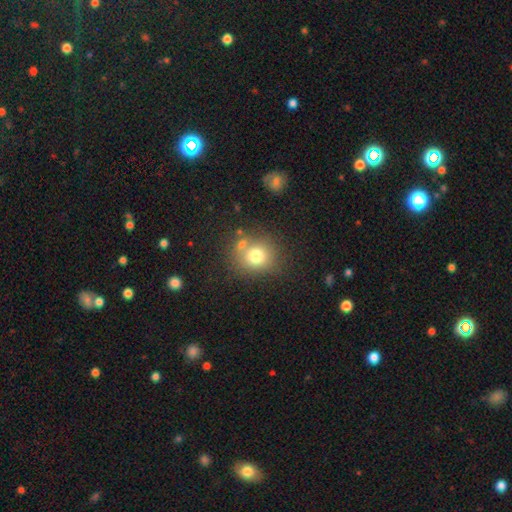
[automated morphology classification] Q: Smooth or featured?
A: smooth (75%); runner-up: star or artifact (13%)
Q: How rounded?
A: round (80%); runner-up: in between (19%)
Q: Merging?
A: none (67%); runner-up: merger (16%)